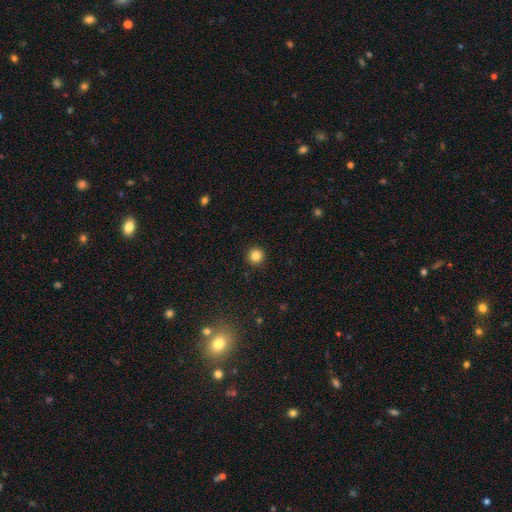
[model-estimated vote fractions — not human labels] Smooth or featured: smooth — 84% (star or artifact — 12%)
How rounded: round — 96% (in between — 4%)
Merging: none — 93% (minor disturbance — 5%)